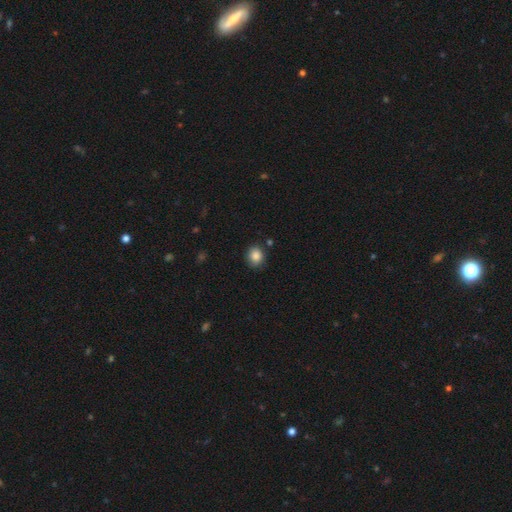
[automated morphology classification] smooth-or-featured: smooth: 86% | star or artifact: 9% | featured or disk: 5%
  how-rounded: round: 70% | in between: 29% | cigar-shaped: 1%
  merging: none: 83% | minor disturbance: 12% | merger: 3% | major disturbance: 2%